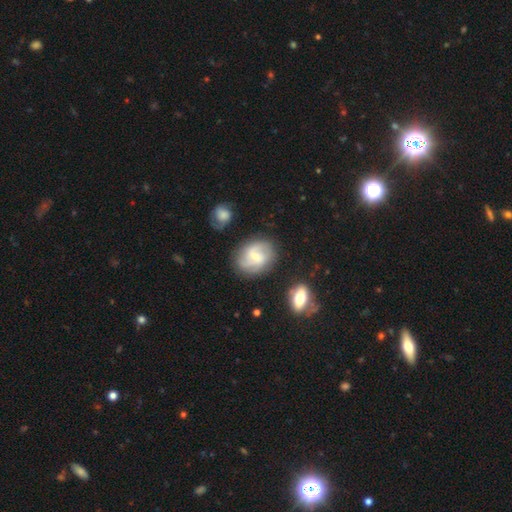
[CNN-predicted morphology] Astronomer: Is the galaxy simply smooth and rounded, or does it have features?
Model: featured or disk — 68%.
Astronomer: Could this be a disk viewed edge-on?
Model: no — 97%.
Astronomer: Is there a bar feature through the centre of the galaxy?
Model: weak — 52% (runner-up: no, 36%).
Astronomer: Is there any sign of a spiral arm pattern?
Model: yes — 89%.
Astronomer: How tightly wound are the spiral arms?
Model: medium — 41% (runner-up: loose, 37%).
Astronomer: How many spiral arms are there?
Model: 2 — 63%.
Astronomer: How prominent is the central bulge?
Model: small — 54% (runner-up: moderate, 40%).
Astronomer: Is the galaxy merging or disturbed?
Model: none — 76%.